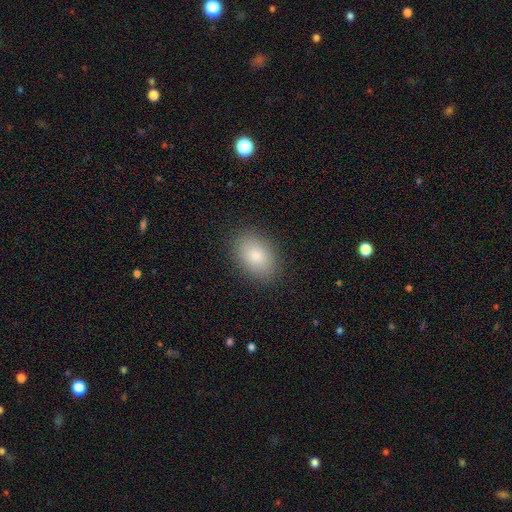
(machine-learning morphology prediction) A smooth galaxy with no disk features (84%) that is in between round and cigar-shaped (83%).

Vote fractions:
- Smooth or featured? smooth: 84% / featured or disk: 8% / star or artifact: 8%
- How rounded? in between: 83% / round: 16% / cigar-shaped: 1%
- Merging? none: 87% / minor disturbance: 9% / major disturbance: 3% / merger: 1%